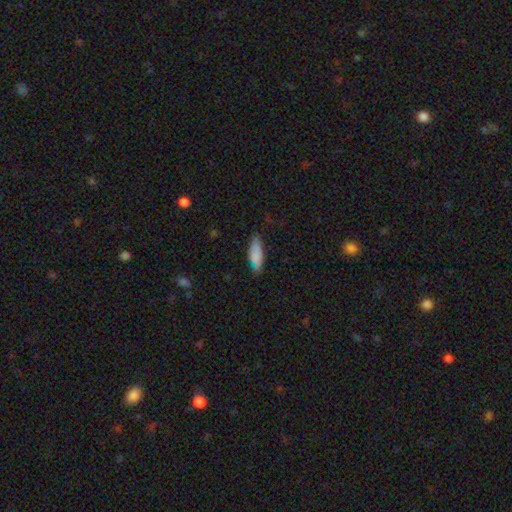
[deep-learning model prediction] Q: Smooth or featured?
A: smooth (83%); runner-up: featured or disk (11%)
Q: How rounded?
A: in between (58%); runner-up: cigar-shaped (40%)
Q: Merging?
A: none (75%); runner-up: minor disturbance (20%)